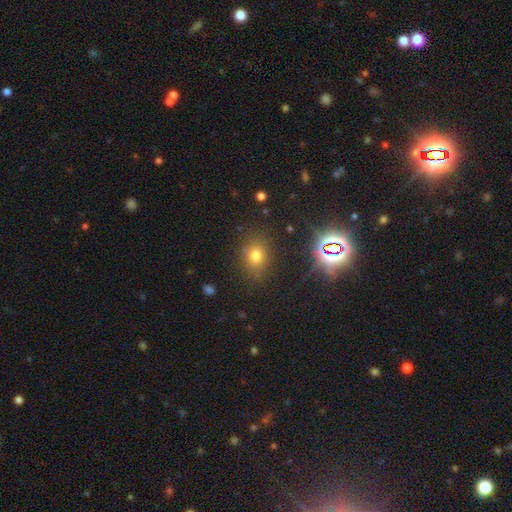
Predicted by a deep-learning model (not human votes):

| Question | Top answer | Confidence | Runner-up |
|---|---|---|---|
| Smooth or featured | smooth | 68% | star or artifact (22%) |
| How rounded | round | 52% | in between (46%) |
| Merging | none | 82% | minor disturbance (12%) |